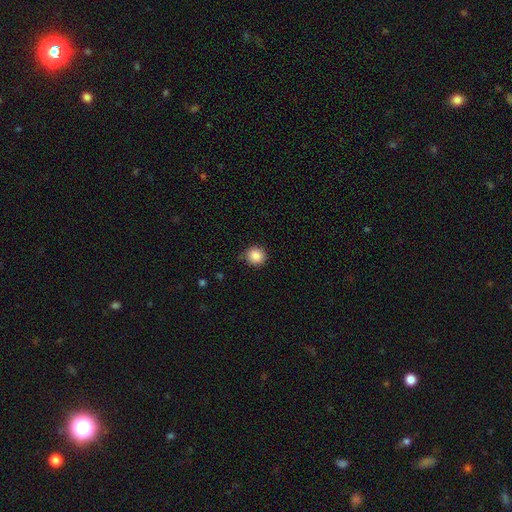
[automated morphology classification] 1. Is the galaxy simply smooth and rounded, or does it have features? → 87% smooth, 9% star or artifact, 3% featured or disk.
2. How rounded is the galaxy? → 89% round, 10% in between, 1% cigar-shaped.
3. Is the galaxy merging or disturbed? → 80% none, 16% minor disturbance, 3% major disturbance, 1% merger.